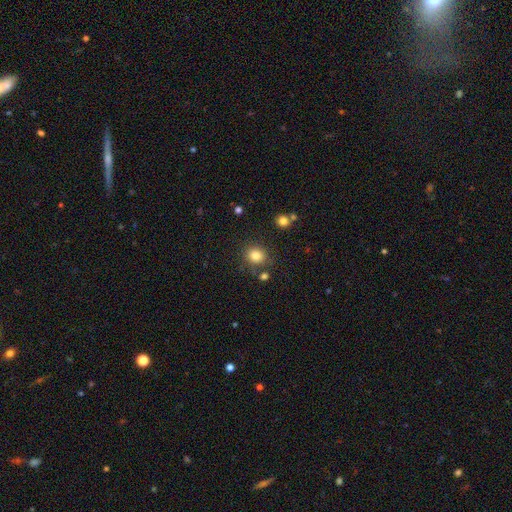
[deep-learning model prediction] smooth_or_featured: smooth (p=0.82) [alt: star or artifact p=0.12]
how_rounded: round (p=0.78) [alt: in between p=0.21]
merging: none (p=0.79) [alt: minor disturbance p=0.11]